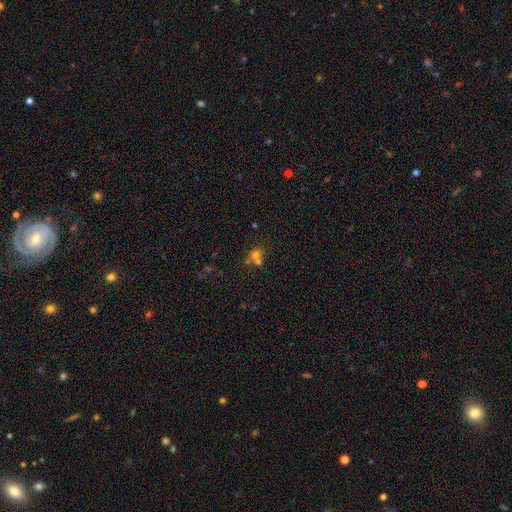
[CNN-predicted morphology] smooth-or-featured: smooth: 60% | star or artifact: 23% | featured or disk: 17%
  how-rounded: round: 80% | in between: 19% | cigar-shaped: 1%
  merging: merger: 53% | none: 37% | minor disturbance: 6% | major disturbance: 3%